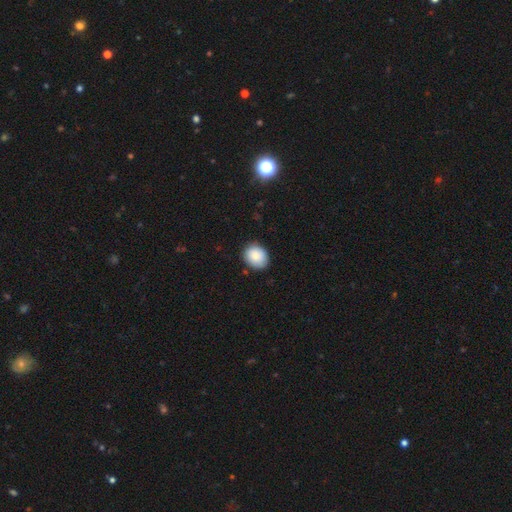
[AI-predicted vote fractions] Smooth or featured? Predicted: smooth (p=0.85). How rounded? Predicted: round (p=0.59). Merging? Predicted: none (p=0.83).